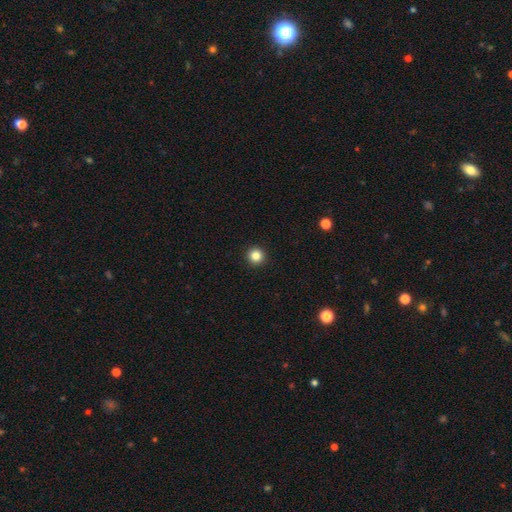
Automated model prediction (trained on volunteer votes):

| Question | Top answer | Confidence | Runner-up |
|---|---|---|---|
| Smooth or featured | smooth | 84% | star or artifact (11%) |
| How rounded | round | 96% | in between (3%) |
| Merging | none | 94% | minor disturbance (4%) |